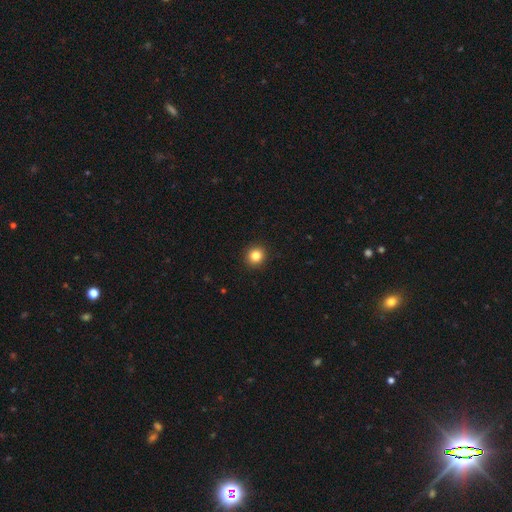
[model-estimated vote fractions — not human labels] This appears to be a smooth galaxy with no disk features (84%) that is round (91%). Merging: none (93%).